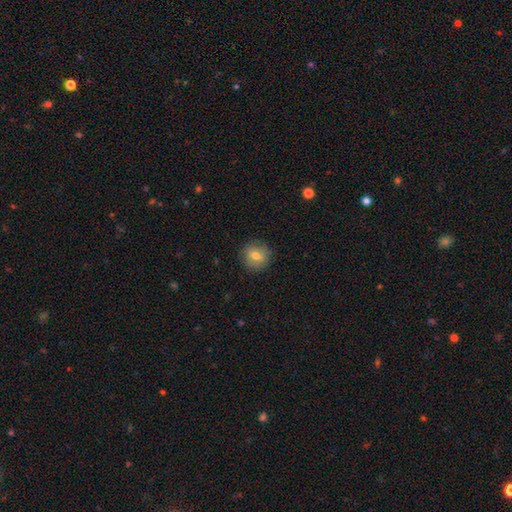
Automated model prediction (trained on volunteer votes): Smooth or featured? smooth (72%)
How rounded? round (91%)
Merging? none (88%)